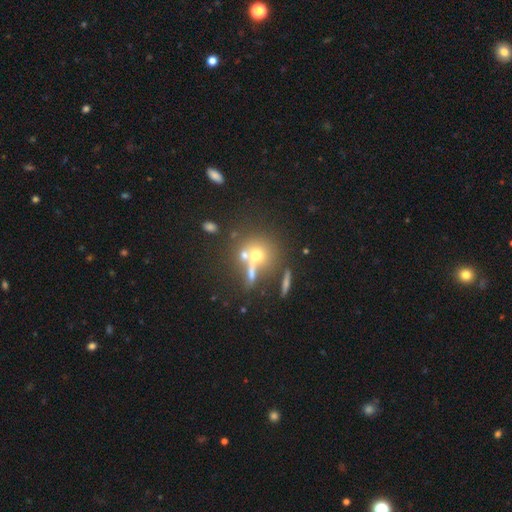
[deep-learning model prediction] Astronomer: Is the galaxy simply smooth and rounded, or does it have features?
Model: smooth — 58%.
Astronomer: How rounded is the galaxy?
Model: round — 85%.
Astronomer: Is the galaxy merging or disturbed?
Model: none — 48% (runner-up: merger, 33%).